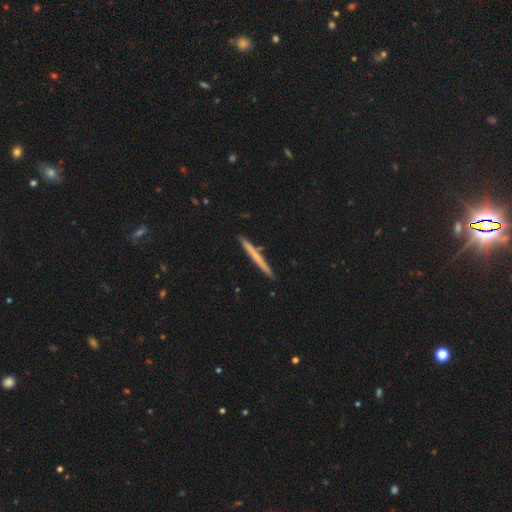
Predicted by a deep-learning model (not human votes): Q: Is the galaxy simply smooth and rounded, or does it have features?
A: smooth — 52%.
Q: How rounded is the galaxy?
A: cigar-shaped — 97%.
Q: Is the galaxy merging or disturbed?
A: none — 91%.